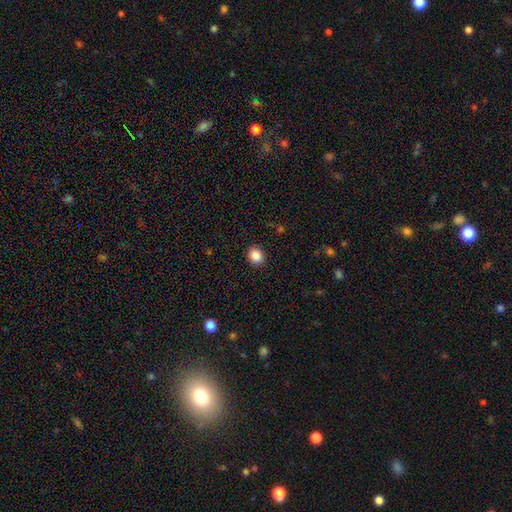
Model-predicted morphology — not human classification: The model was most divided on "how rounded": round: 63%, in between: 36%, cigar-shaped: 1%. More confident: merging — none (90%); smooth or featured — smooth (87%).